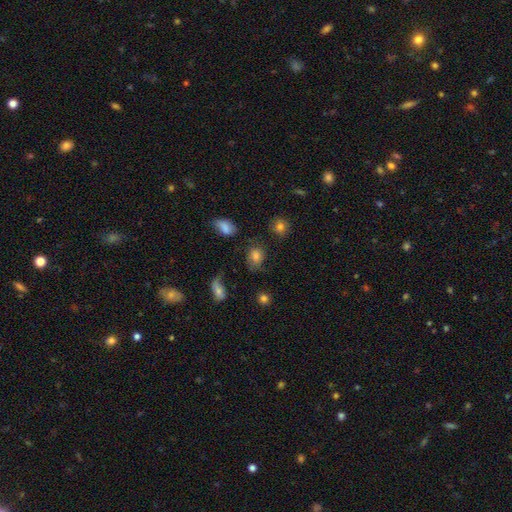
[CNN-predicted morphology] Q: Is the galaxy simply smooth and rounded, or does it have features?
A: smooth — 72%.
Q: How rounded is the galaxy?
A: round — 53%.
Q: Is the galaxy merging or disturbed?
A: none — 58%.